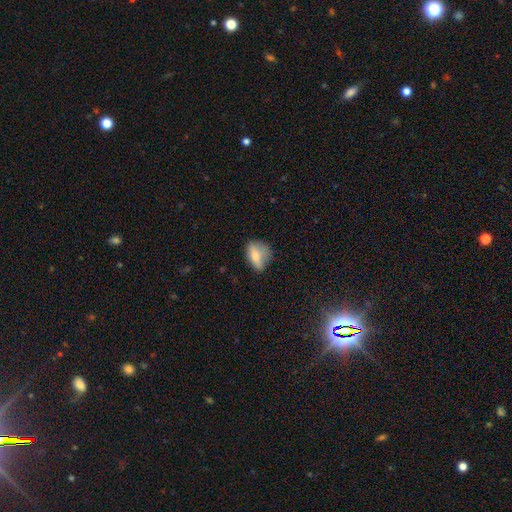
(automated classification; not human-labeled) Overall: smooth (68%). How rounded: in between (71%). Merging: none (58%; minor disturbance 30%).